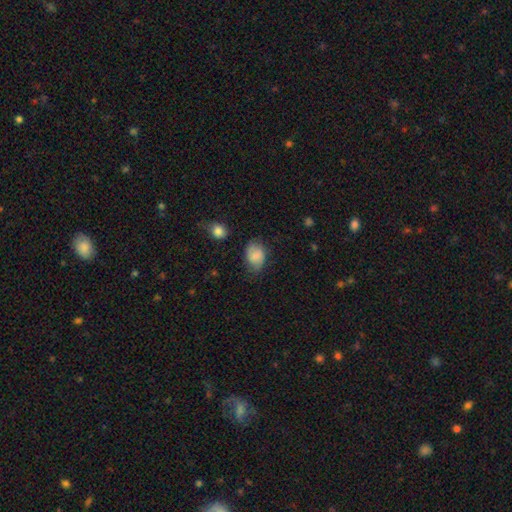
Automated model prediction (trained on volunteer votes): Smooth or featured?
  - smooth: 77% *
  - featured or disk: 15%
  - star or artifact: 8%
How rounded?
  - in between: 76% *
  - round: 23%
  - cigar-shaped: 1%
Merging?
  - none: 67% *
  - minor disturbance: 25%
  - major disturbance: 6%
  - merger: 2%